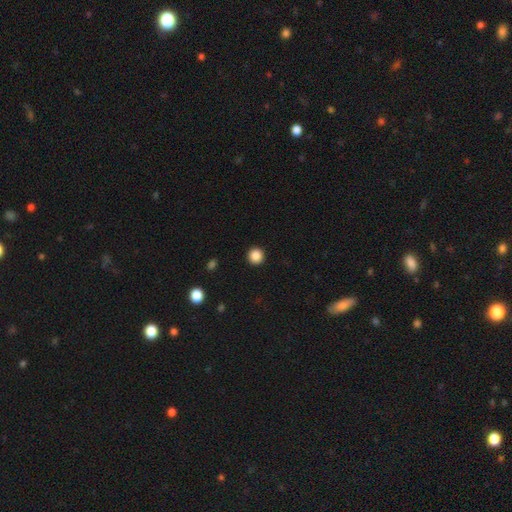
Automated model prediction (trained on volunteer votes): Smooth or featured?
  - smooth: 87% *
  - star or artifact: 10%
  - featured or disk: 3%
How rounded?
  - round: 95% *
  - in between: 4%
  - cigar-shaped: 1%
Merging?
  - none: 93% *
  - minor disturbance: 4%
  - major disturbance: 2%
  - merger: 1%